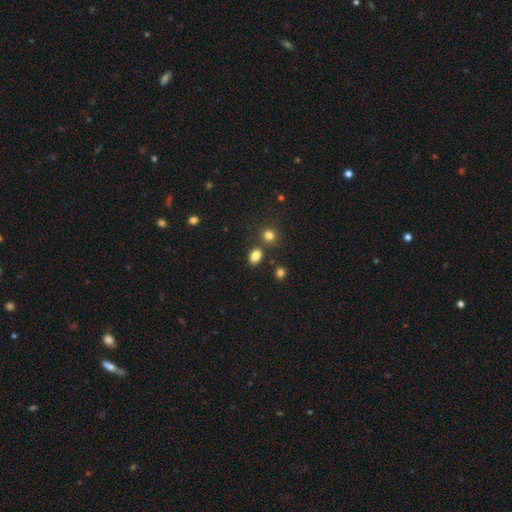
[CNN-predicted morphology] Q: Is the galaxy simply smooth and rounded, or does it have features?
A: smooth — 84%.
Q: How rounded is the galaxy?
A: in between — 73%.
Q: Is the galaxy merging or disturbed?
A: none — 75%.